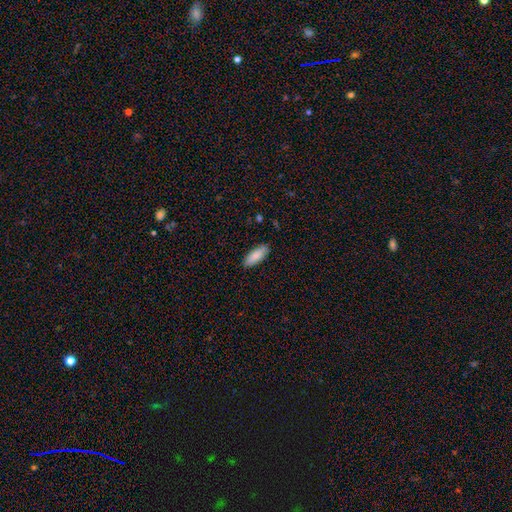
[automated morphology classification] Smooth or featured? smooth (86%)
How rounded? in between (75%)
Merging? none (85%)